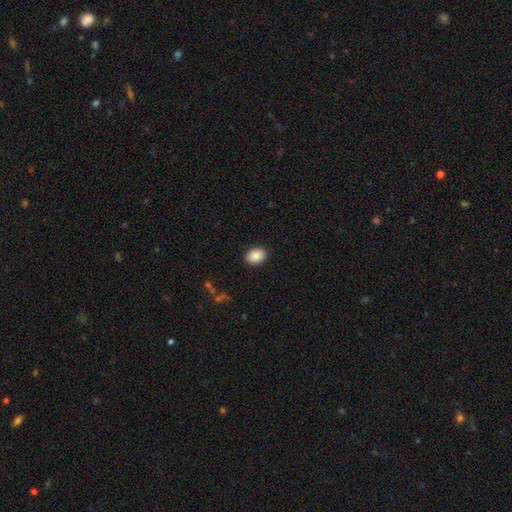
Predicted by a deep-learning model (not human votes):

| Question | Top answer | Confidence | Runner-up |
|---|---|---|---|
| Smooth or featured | smooth | 89% | star or artifact (8%) |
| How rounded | in between | 73% | round (26%) |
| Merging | none | 90% | minor disturbance (7%) |